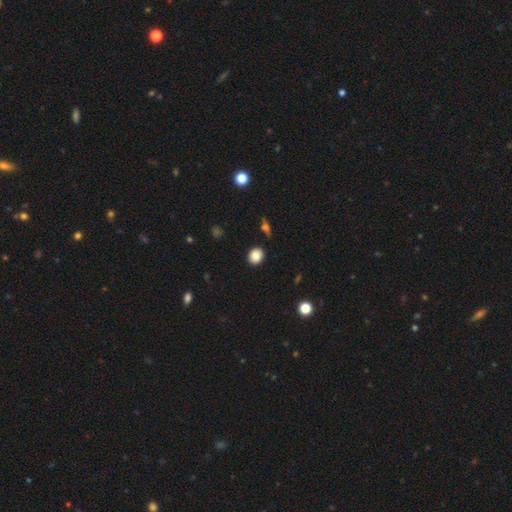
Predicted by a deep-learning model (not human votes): Morphology: type=smooth (85%); roundness=round (70%); merging=none (88%).